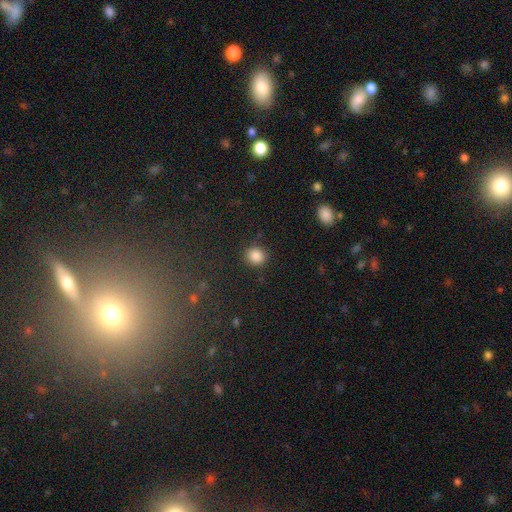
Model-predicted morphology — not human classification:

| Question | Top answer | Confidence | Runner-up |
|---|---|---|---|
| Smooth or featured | smooth | 86% | star or artifact (10%) |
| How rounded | round | 83% | in between (16%) |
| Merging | none | 86% | minor disturbance (9%) |